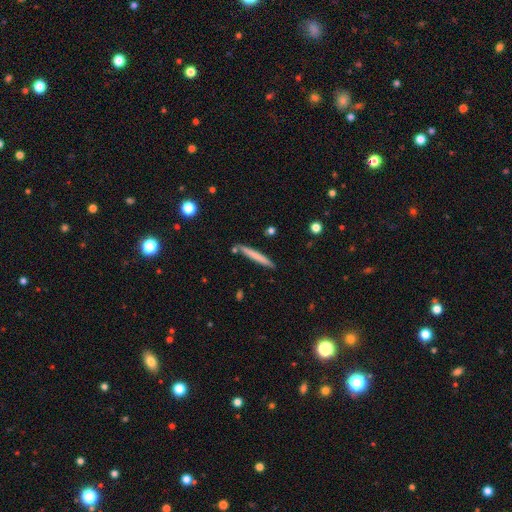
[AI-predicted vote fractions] smooth_or_featured: smooth (p=0.68) [alt: featured or disk p=0.26]
how_rounded: cigar-shaped (p=0.96) [alt: in between p=0.03]
merging: none (p=0.85) [alt: minor disturbance p=0.09]